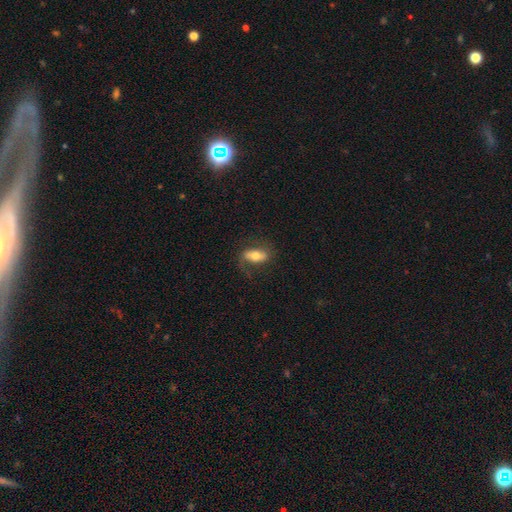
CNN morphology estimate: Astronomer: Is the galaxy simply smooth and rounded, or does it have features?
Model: smooth — 55% (runner-up: featured or disk, 38%).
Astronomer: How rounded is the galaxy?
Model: in between — 82%.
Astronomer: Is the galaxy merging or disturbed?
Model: none — 67%.